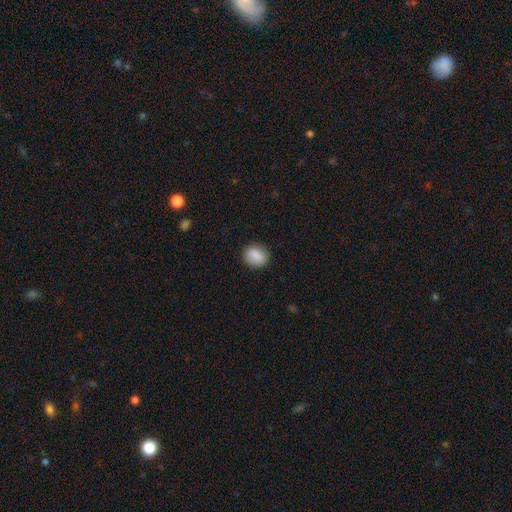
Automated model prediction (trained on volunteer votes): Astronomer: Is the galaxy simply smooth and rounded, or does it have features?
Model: smooth — 87%.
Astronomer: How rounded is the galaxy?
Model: round — 66%.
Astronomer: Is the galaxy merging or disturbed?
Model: none — 86%.